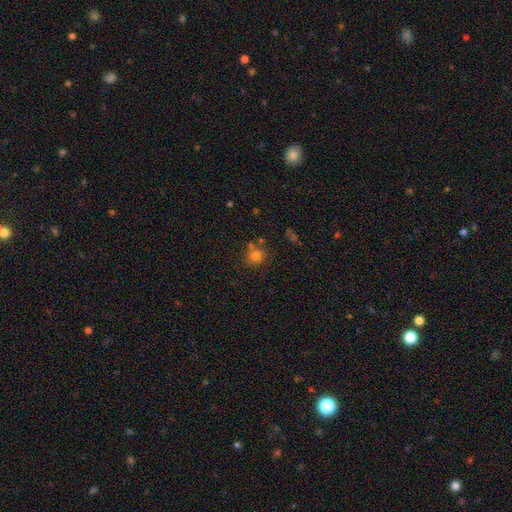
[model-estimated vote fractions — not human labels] Smooth or featured?
  - smooth: 77% *
  - star or artifact: 14%
  - featured or disk: 8%
How rounded?
  - round: 85% *
  - in between: 14%
  - cigar-shaped: 1%
Merging?
  - none: 68% *
  - merger: 15%
  - minor disturbance: 12%
  - major disturbance: 4%